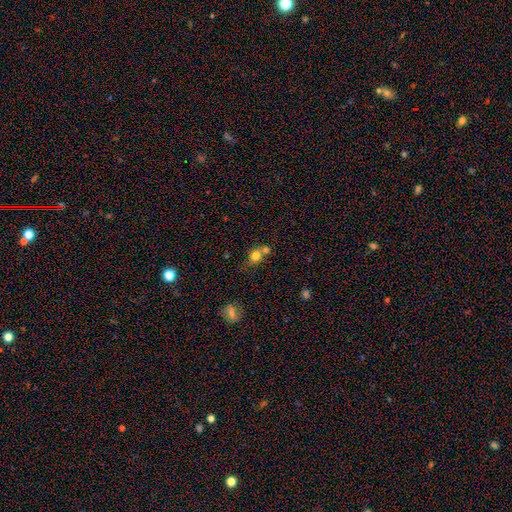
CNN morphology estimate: smooth 78%, star or artifact 12%, featured or disk 10%. Down the decision tree: how rounded — round (78%); merging — none (44%).